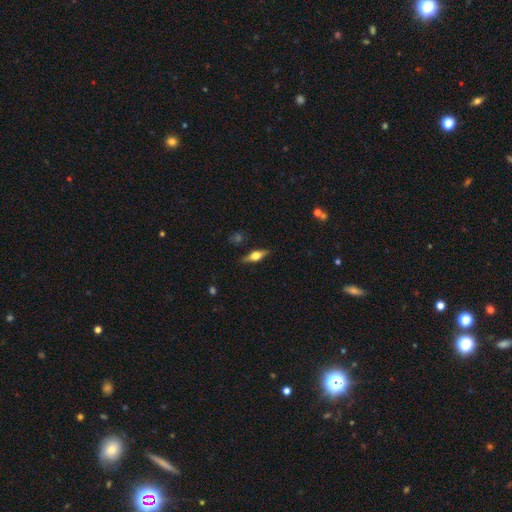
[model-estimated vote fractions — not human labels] smooth-or-featured: featured or disk: 60% | smooth: 33% | star or artifact: 7%
  disk-edge-on: yes: 95% | no: 5%
    edge-on-bulge: rounded: 93% | boxy: 6% | none: 2%
  merging: none: 86% | minor disturbance: 10% | major disturbance: 3% | merger: 1%